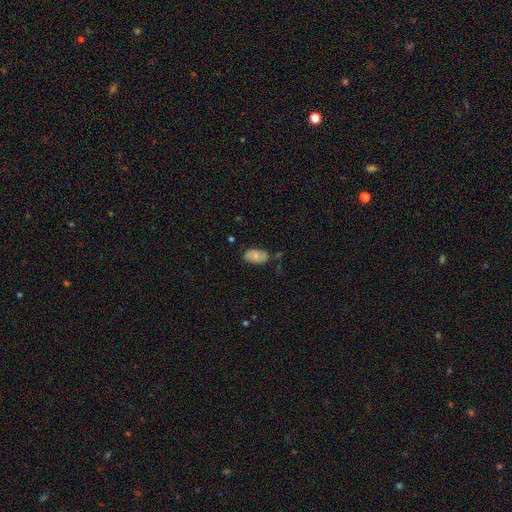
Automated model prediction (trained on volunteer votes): A smooth galaxy with no disk features (68%) that is in between round and cigar-shaped (94%).

Vote fractions:
- Smooth or featured? smooth: 68% / featured or disk: 24% / star or artifact: 7%
- How rounded? in between: 94% / round: 5% / cigar-shaped: 2%
- Merging? none: 66% / minor disturbance: 26% / major disturbance: 5% / merger: 3%